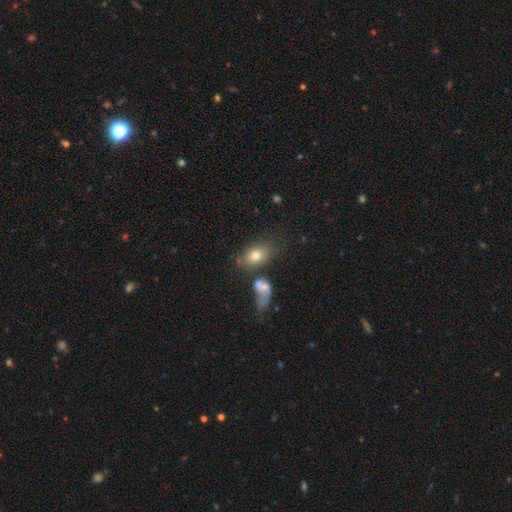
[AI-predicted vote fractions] Morphology: type=smooth (73%); roundness=in between (78%); merging=none (45%).